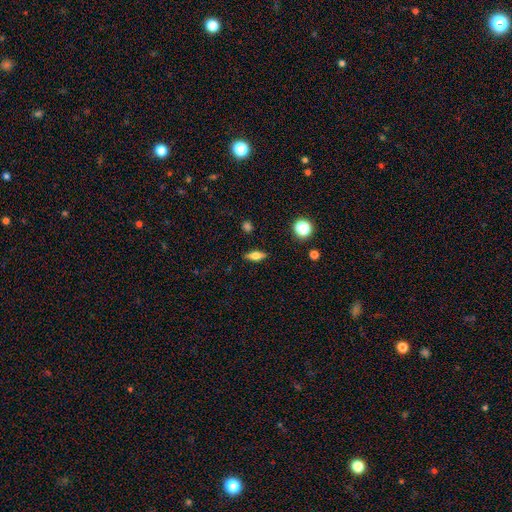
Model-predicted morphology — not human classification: Smooth or featured? Predicted: smooth (p=0.60). How rounded? Predicted: in between (p=0.68). Merging? Predicted: none (p=0.87).